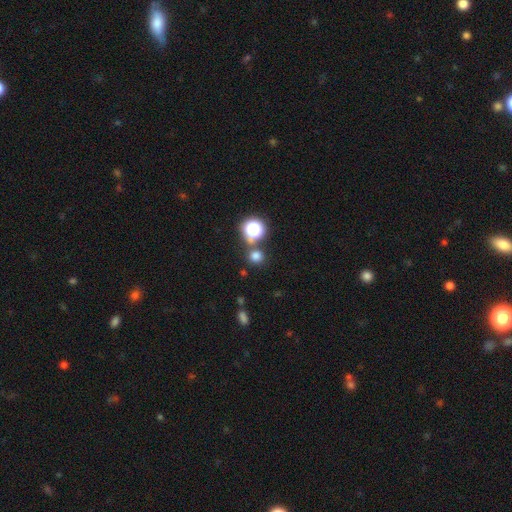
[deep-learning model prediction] Smooth or featured: smooth — 73% (star or artifact — 22%)
How rounded: round — 86% (in between — 13%)
Merging: none — 75% (merger — 14%)